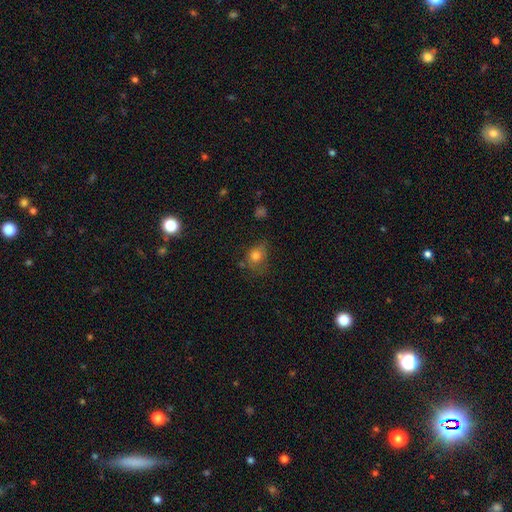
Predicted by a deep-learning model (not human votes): A smooth galaxy with no disk features (77%) that is round (56%). Merging: none (46%).